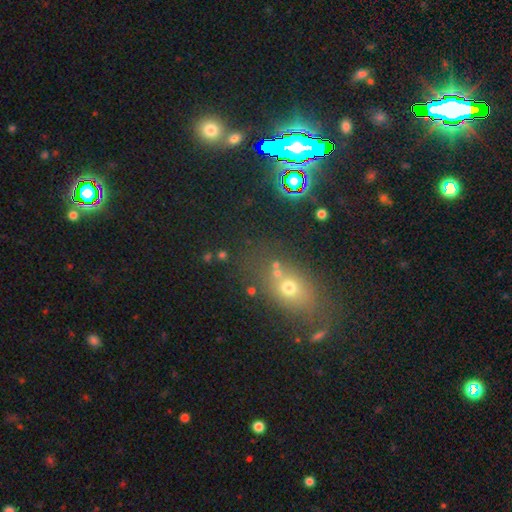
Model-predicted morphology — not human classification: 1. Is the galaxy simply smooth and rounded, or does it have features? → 43% star or artifact, 40% smooth, 16% featured or disk.